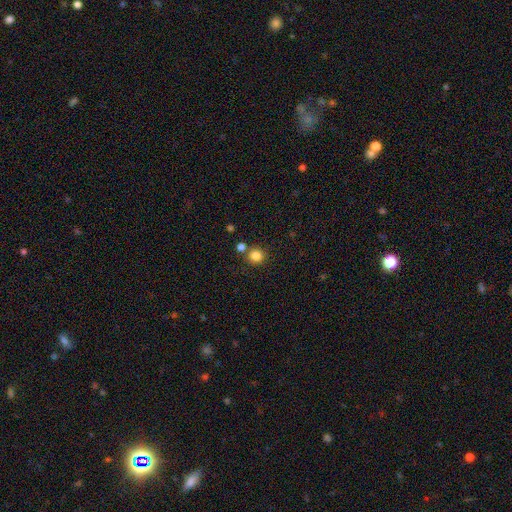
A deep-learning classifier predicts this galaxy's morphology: Smooth or featured?
  - smooth: 83% *
  - star or artifact: 12%
  - featured or disk: 5%
How rounded?
  - round: 93% *
  - in between: 6%
  - cigar-shaped: 1%
Merging?
  - none: 77% *
  - merger: 12%
  - minor disturbance: 7%
  - major disturbance: 3%